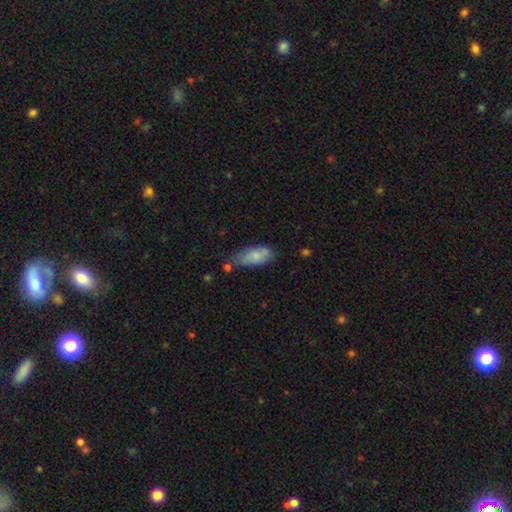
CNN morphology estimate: smooth_or_featured: smooth (p=0.74) [alt: featured or disk p=0.19]
how_rounded: in between (p=0.84) [alt: cigar-shaped p=0.14]
merging: none (p=0.53) [alt: minor disturbance p=0.31]